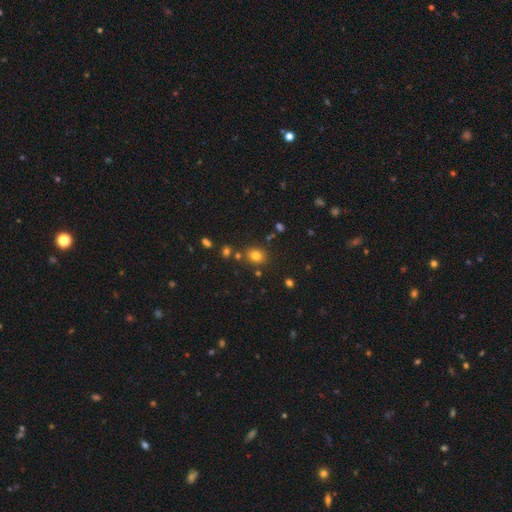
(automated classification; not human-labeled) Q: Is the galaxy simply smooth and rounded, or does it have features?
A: smooth — 77%.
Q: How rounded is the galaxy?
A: round — 65%.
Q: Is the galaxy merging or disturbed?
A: none — 81%.